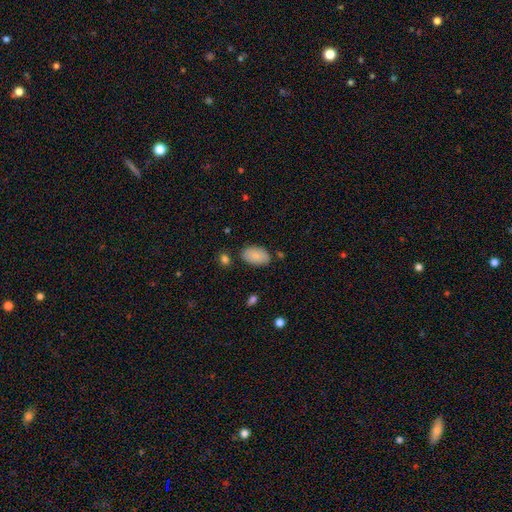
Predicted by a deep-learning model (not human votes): smooth_or_featured: smooth (p=0.87) [alt: featured or disk p=0.06]
how_rounded: in between (p=0.94) [alt: round p=0.04]
merging: none (p=0.80) [alt: minor disturbance p=0.13]